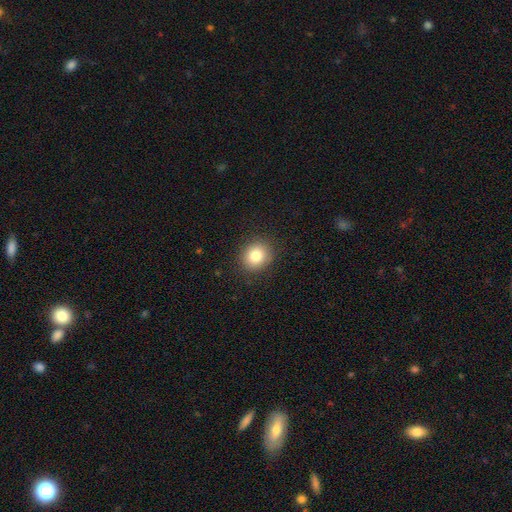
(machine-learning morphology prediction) Overall: smooth (82%). How rounded: round (73%). Merging: none (89%).